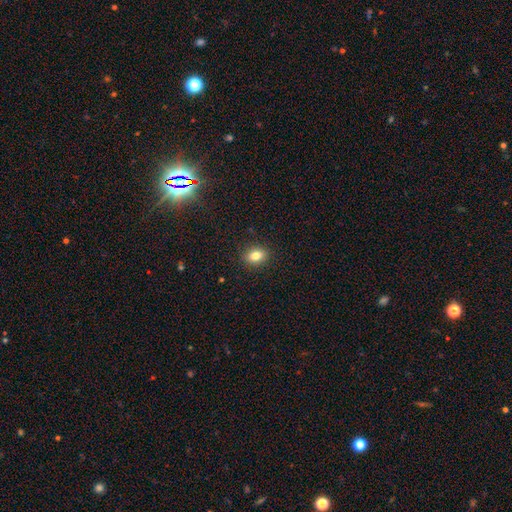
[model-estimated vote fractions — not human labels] A smooth galaxy with no disk features (81%) that is in between round and cigar-shaped (60%).

Vote fractions:
- Smooth or featured? smooth: 81% / star or artifact: 11% / featured or disk: 8%
- How rounded? in between: 60% / round: 38% / cigar-shaped: 1%
- Merging? none: 89% / minor disturbance: 7% / major disturbance: 2% / merger: 1%